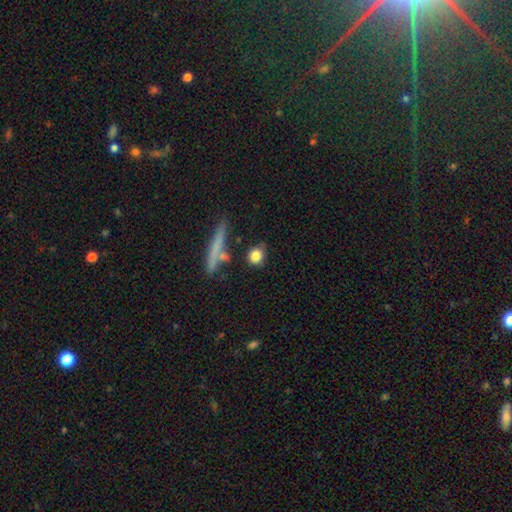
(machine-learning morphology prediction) A smooth galaxy with no disk features (81%) that is round (77%). Merging: none (74%).